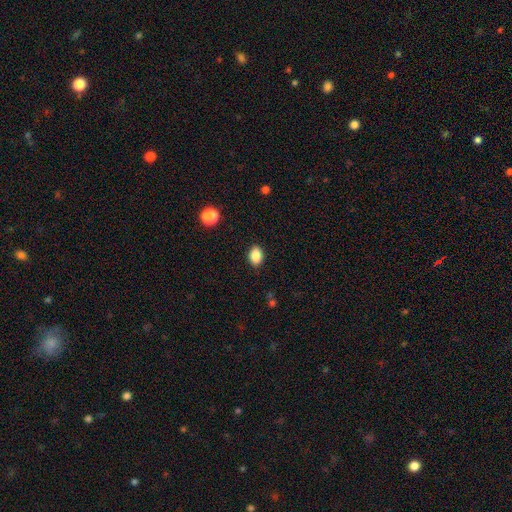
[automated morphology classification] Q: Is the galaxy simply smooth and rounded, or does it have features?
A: smooth — 87%.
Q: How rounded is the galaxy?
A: in between — 77%.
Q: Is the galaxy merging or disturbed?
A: none — 87%.